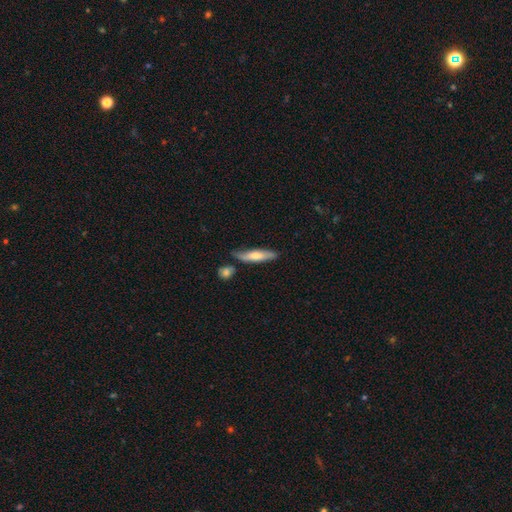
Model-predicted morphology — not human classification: A smooth galaxy with no disk features (60%) that is cigar-shaped (74%). Merging: none (68%).